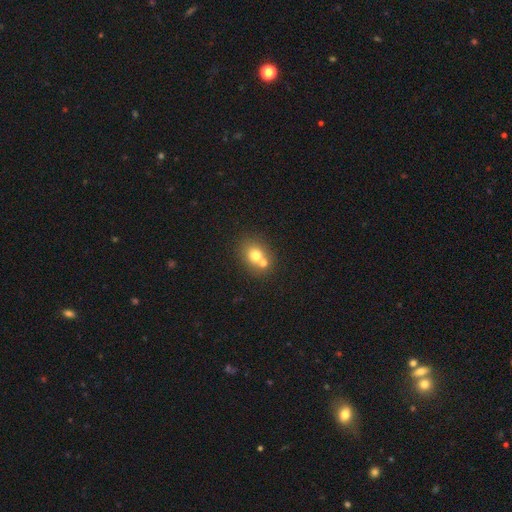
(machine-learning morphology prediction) smooth_or_featured: smooth (p=0.71) [alt: featured or disk p=0.15]
how_rounded: round (p=0.68) [alt: in between p=0.31]
merging: none (p=0.50) [alt: merger p=0.40]